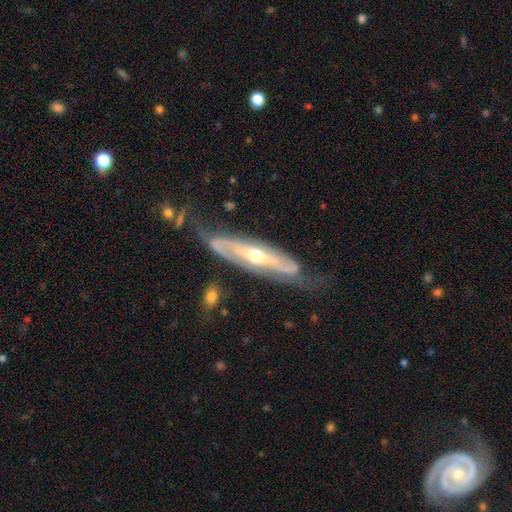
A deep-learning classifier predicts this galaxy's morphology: The model was most divided on "bulge size": moderate: 63%, small: 32%, large: 4%, dominant: 1%, none: 1%. More confident: spiral arms — yes (85%); smooth or featured — featured or disk (81%); edge-on disk — no (72%); merging — none (60%); bar — no (57%).